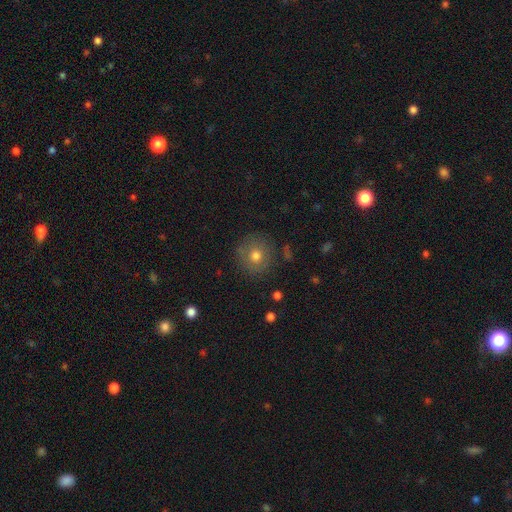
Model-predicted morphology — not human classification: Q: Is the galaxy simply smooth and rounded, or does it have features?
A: smooth — 68%.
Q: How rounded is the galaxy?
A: round — 93%.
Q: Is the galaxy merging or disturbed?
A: none — 85%.